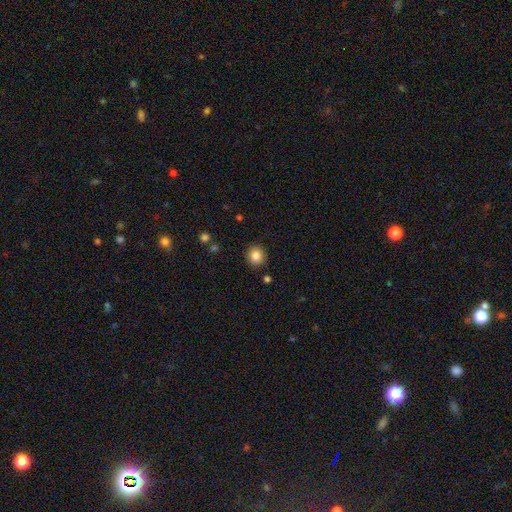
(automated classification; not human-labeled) Smooth or featured? Predicted: smooth (p=0.85). How rounded? Predicted: round (p=0.88). Merging? Predicted: none (p=0.90).